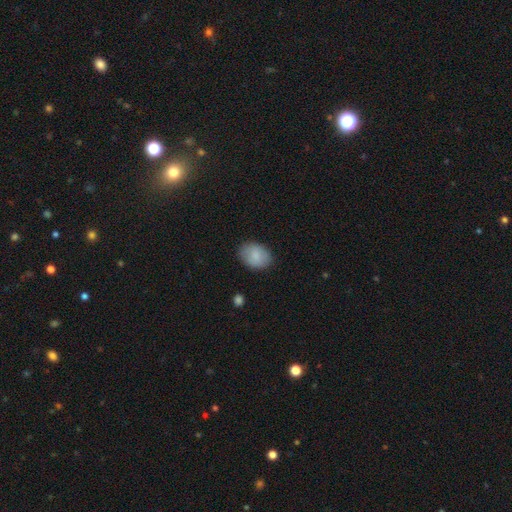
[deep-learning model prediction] This is clearly a smooth galaxy (85%). How rounded: likely in between (70%). Merging: clearly none (82%).